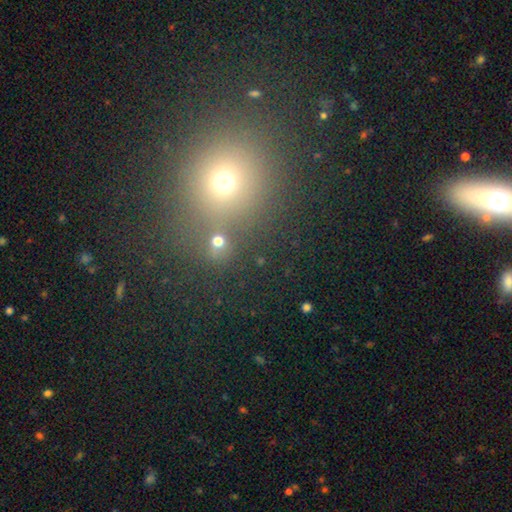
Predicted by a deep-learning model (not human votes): Q: Smooth or featured?
A: smooth (56%); runner-up: star or artifact (33%)
Q: How rounded?
A: round (78%); runner-up: in between (19%)
Q: Merging?
A: none (79%); runner-up: merger (9%)